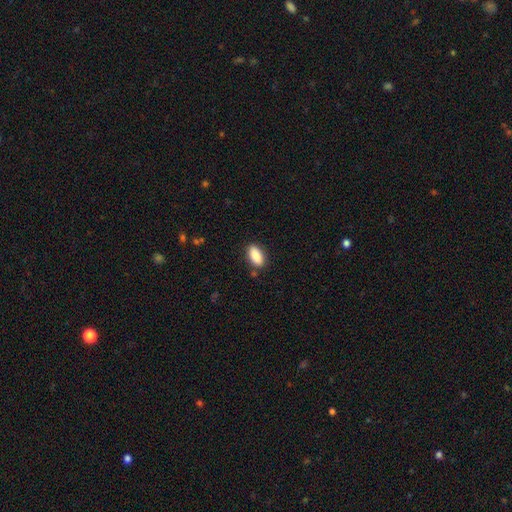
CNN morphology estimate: smooth 89%, star or artifact 7%, featured or disk 4%. Down the decision tree: how rounded — in between (89%); merging — none (86%).